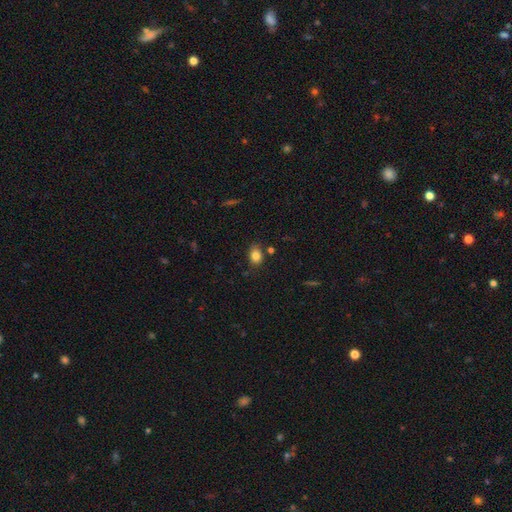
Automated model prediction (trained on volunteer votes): Smooth or featured? smooth (83%)
How rounded? in between (70%)
Merging? none (78%)